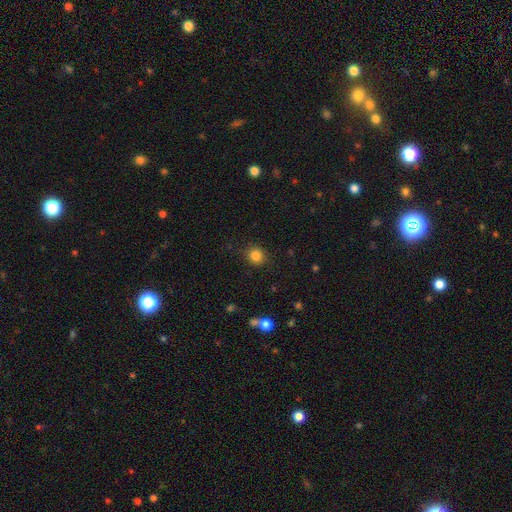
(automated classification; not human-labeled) Smooth or featured? Predicted: smooth (p=0.84). How rounded? Predicted: round (p=0.88). Merging? Predicted: none (p=0.88).